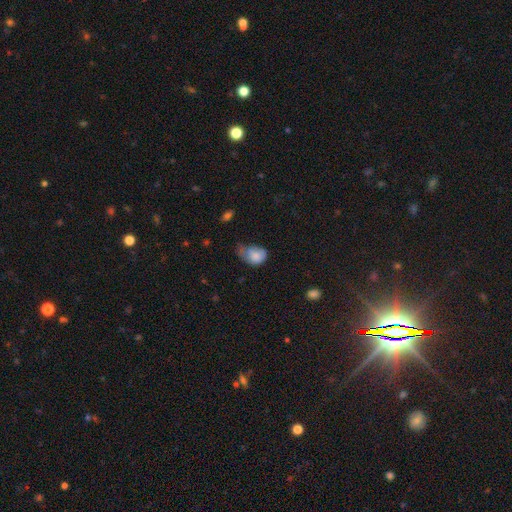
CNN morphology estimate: This appears to be a smooth galaxy with no disk features (79%) that is in between round and cigar-shaped (76%). Merging: minor disturbance (40%).